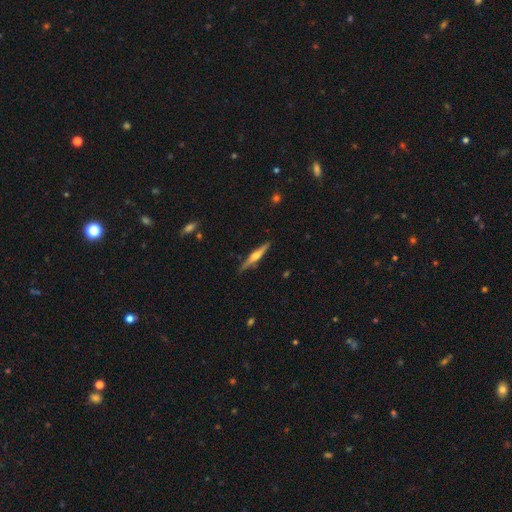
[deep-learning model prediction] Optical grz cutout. It shows a featured or disk galaxy (65%) viewed edge-on (97%) with a rounded central bulge (86%). Merging: none (85%).